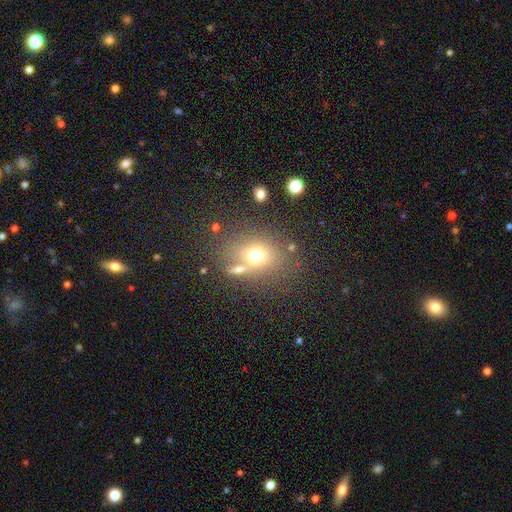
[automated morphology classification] type=smooth (67%); roundness=round (55%); merging=none (62%).